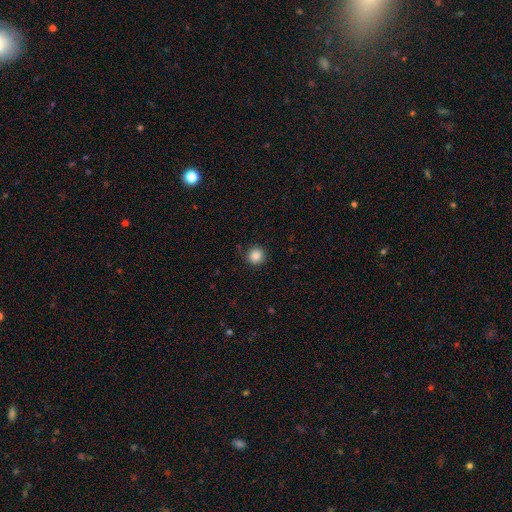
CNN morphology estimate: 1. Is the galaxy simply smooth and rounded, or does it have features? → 86% smooth, 10% star or artifact, 3% featured or disk.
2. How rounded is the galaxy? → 94% round, 5% in between, 1% cigar-shaped.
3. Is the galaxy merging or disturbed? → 89% none, 8% minor disturbance, 2% major disturbance, 1% merger.